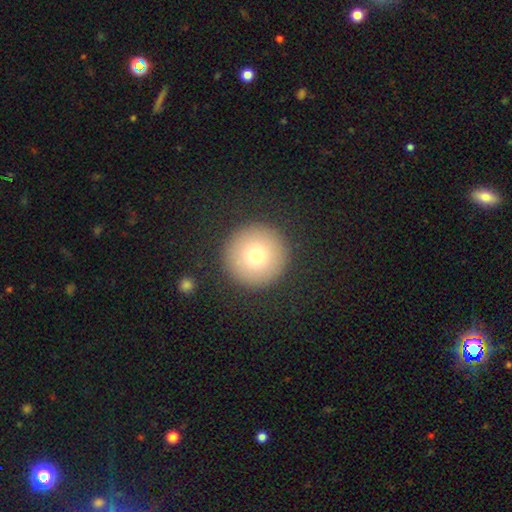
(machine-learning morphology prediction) This appears to be a smooth galaxy with no disk features (75%) that is round (97%). Merging: none (91%).